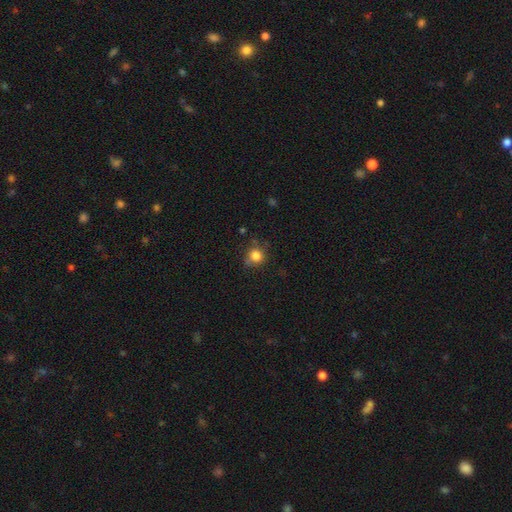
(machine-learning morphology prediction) A smooth galaxy with no disk features (82%) that is round (87%). Merging: none (68%).